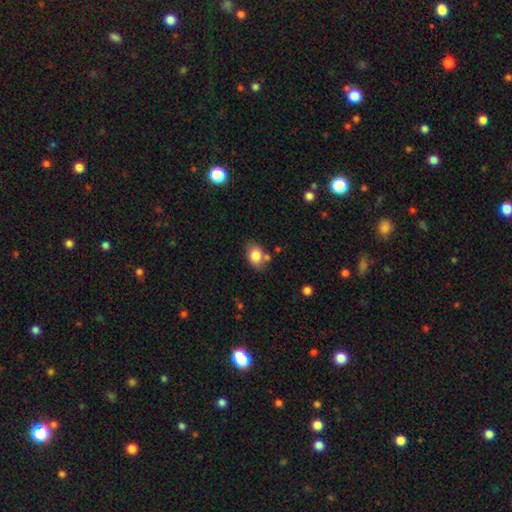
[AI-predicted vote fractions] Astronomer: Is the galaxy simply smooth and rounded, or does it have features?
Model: smooth — 83%.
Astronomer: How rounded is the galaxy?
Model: in between — 77%.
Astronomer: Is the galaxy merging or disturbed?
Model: none — 70%.